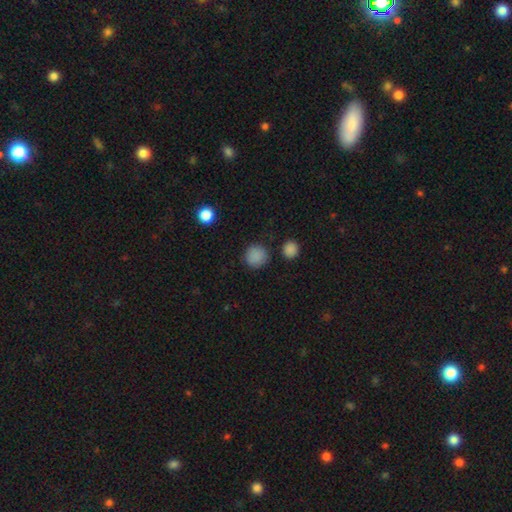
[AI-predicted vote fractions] Overall: smooth (85%). How rounded: round (92%). Merging: none (85%).